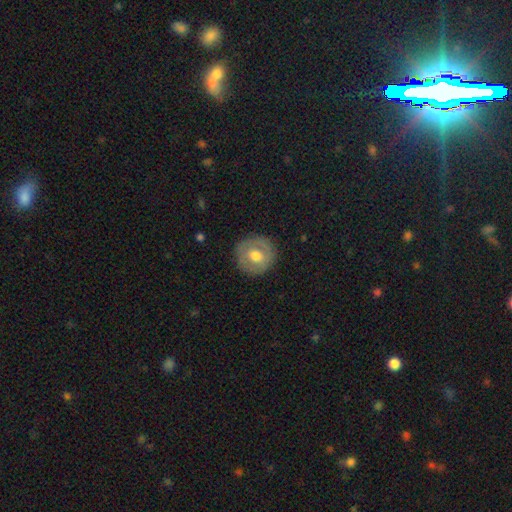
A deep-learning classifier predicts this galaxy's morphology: A smooth galaxy with no disk features (57%) that is round (93%).

Vote fractions:
- Smooth or featured? smooth: 57% / featured or disk: 37% / star or artifact: 6%
- How rounded? round: 93% / in between: 6% / cigar-shaped: 1%
- Merging? none: 88% / minor disturbance: 9% / major disturbance: 3% / merger: 1%